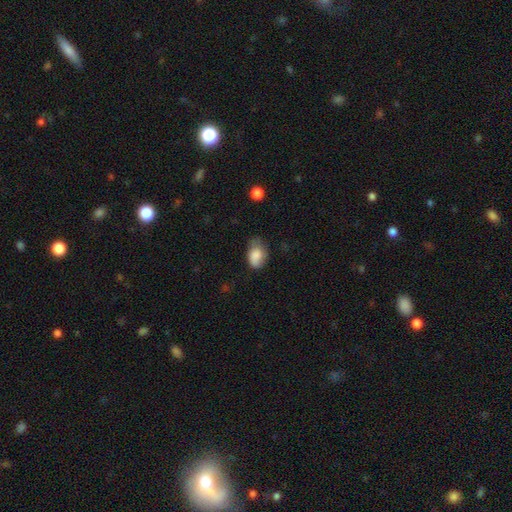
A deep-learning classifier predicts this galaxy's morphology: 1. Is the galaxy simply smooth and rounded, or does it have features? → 83% smooth, 10% featured or disk, 8% star or artifact.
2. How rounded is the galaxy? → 83% in between, 16% round, 1% cigar-shaped.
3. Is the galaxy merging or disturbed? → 43% none, 40% minor disturbance, 15% major disturbance, 2% merger.